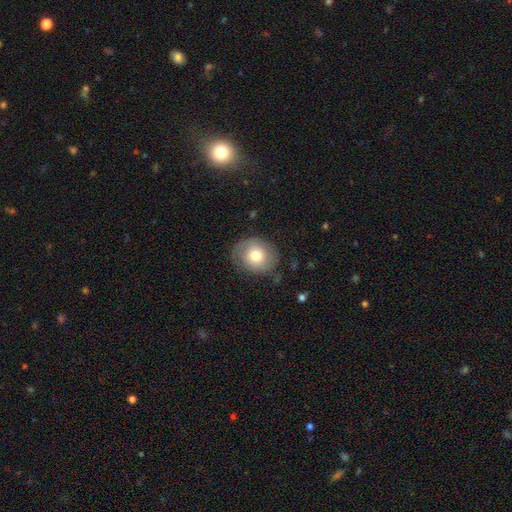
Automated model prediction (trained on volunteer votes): A smooth galaxy with no disk features (70%) that is round (72%). Merging: none (75%).